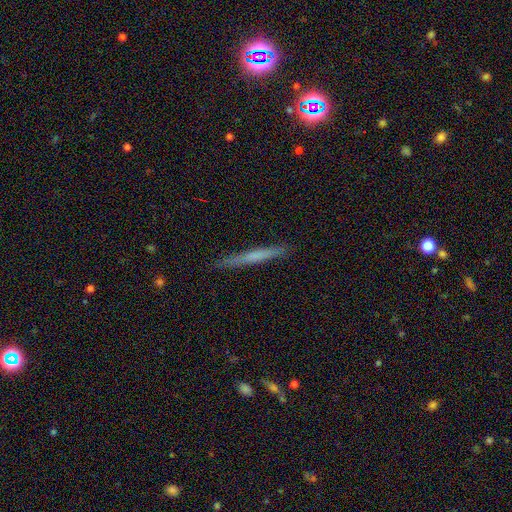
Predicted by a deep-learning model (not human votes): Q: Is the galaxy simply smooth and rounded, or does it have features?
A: smooth — 53%.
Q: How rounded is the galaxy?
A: cigar-shaped — 96%.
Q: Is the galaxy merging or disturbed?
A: none — 90%.